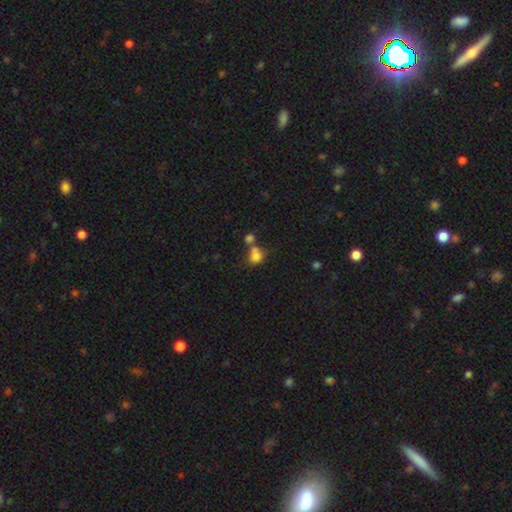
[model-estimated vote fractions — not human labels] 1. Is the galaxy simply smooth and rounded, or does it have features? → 78% smooth, 12% star or artifact, 10% featured or disk.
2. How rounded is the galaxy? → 67% round, 31% in between, 1% cigar-shaped.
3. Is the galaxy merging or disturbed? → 45% merger, 36% none, 12% minor disturbance, 7% major disturbance.